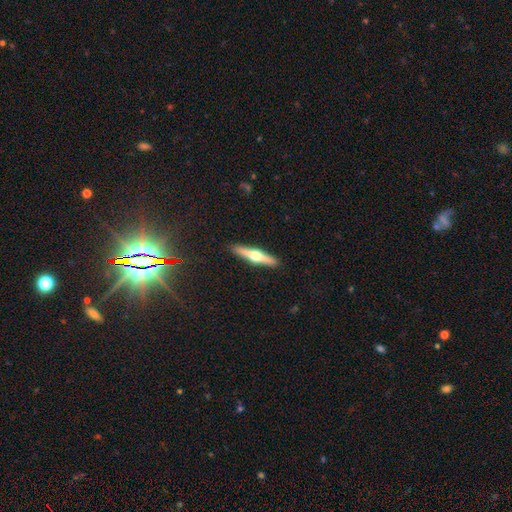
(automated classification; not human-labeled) Smooth or featured: featured or disk — 66% (smooth — 29%)
Edge-on disk: yes — 97% (no — 3%)
Edge-on bulge: rounded — 95% (none — 3%)
Merging: none — 92% (minor disturbance — 6%)